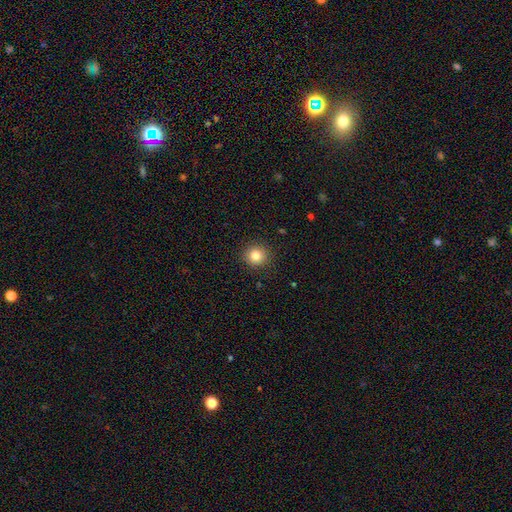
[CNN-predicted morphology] smooth-or-featured: smooth: 81% | star or artifact: 12% | featured or disk: 7%
  how-rounded: round: 93% | in between: 6% | cigar-shaped: 1%
  merging: none: 91% | minor disturbance: 6% | major disturbance: 2% | merger: 1%